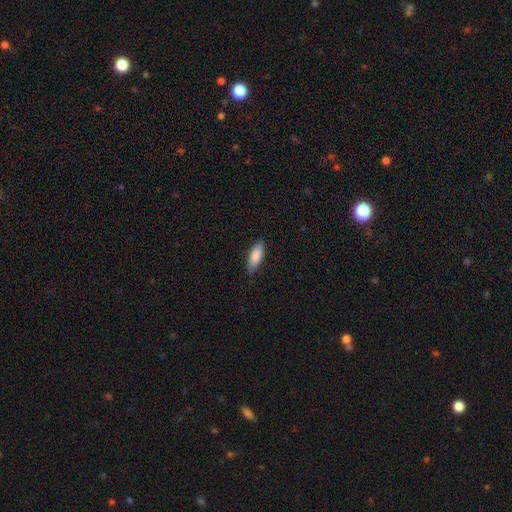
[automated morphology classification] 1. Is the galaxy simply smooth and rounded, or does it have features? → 85% smooth, 9% featured or disk, 6% star or artifact.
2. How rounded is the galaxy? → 68% in between, 30% cigar-shaped, 2% round.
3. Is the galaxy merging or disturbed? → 84% none, 13% minor disturbance, 2% major disturbance, 1% merger.